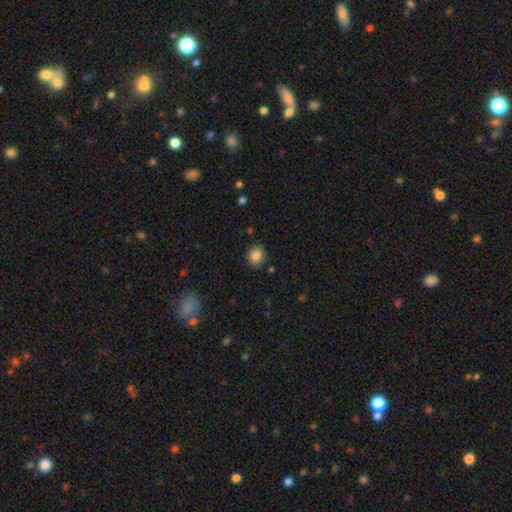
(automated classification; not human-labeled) A smooth galaxy with no disk features (85%) that is round (76%).

Vote fractions:
- Smooth or featured? smooth: 85% / star or artifact: 10% / featured or disk: 5%
- How rounded? round: 76% / in between: 23% / cigar-shaped: 1%
- Merging? none: 86% / minor disturbance: 10% / major disturbance: 3% / merger: 2%